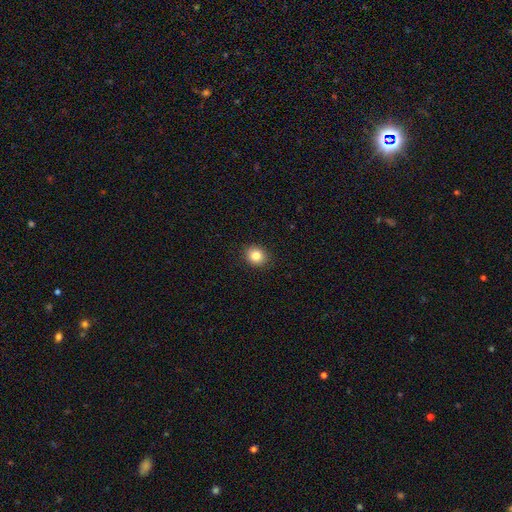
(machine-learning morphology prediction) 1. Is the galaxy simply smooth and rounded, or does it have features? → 83% smooth, 10% star or artifact, 7% featured or disk.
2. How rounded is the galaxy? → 72% round, 27% in between, 1% cigar-shaped.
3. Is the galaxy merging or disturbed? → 91% none, 6% minor disturbance, 2% major disturbance, 1% merger.